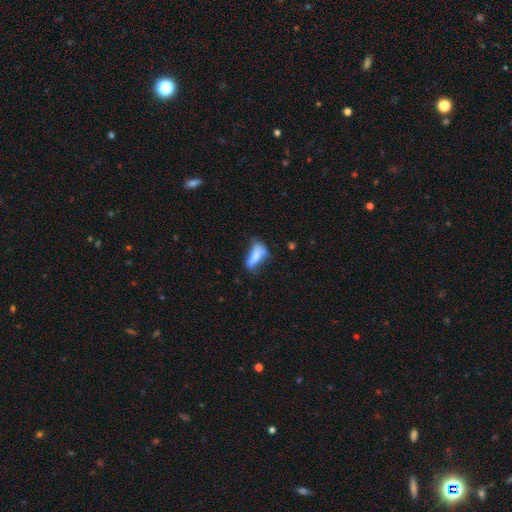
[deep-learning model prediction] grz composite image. It shows a smooth galaxy with no disk features (67%) that is in between round and cigar-shaped (66%). Merging: none (38%).